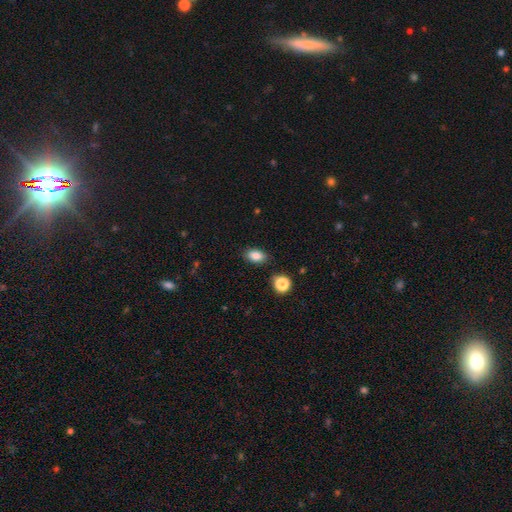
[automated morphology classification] Overall: smooth (85%). How rounded: in between (86%). Merging: none (84%).